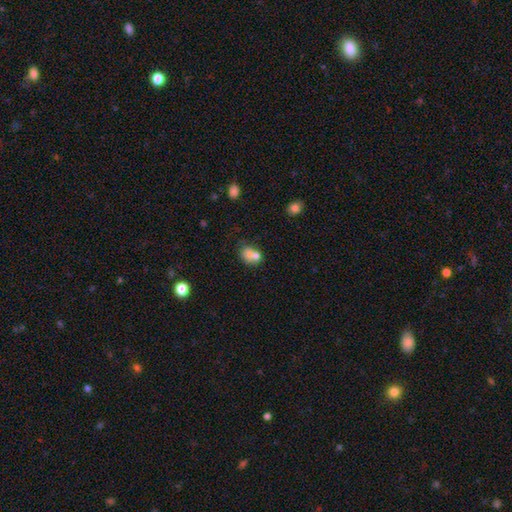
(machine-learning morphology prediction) Smooth or featured?
  - smooth: 72% *
  - featured or disk: 16%
  - star or artifact: 11%
How rounded?
  - round: 52% *
  - in between: 47%
  - cigar-shaped: 1%
Merging?
  - merger: 47% *
  - none: 36%
  - minor disturbance: 12%
  - major disturbance: 5%